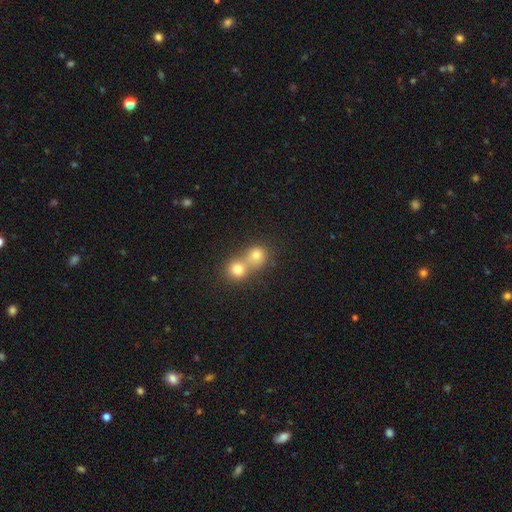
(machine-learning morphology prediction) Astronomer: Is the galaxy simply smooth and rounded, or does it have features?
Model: smooth — 63%.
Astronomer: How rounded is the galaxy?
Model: round — 82%.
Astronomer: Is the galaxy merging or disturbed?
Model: merger — 55% (runner-up: none, 38%).